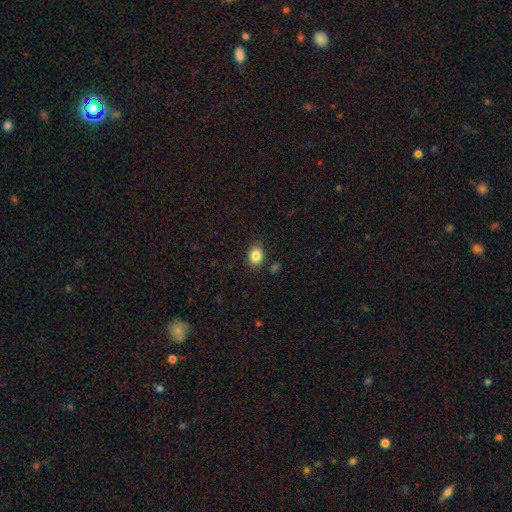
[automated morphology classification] Smooth or featured: smooth — 84% (star or artifact — 10%)
How rounded: in between — 54% (round — 45%)
Merging: none — 84% (minor disturbance — 10%)